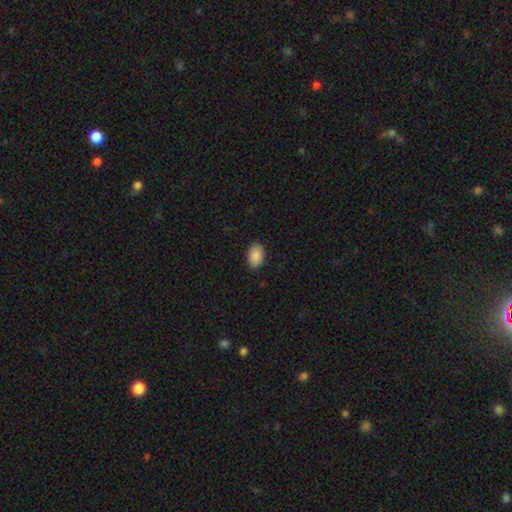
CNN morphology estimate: Smooth or featured? Predicted: smooth (p=0.89). How rounded? Predicted: in between (p=0.89). Merging? Predicted: none (p=0.89).